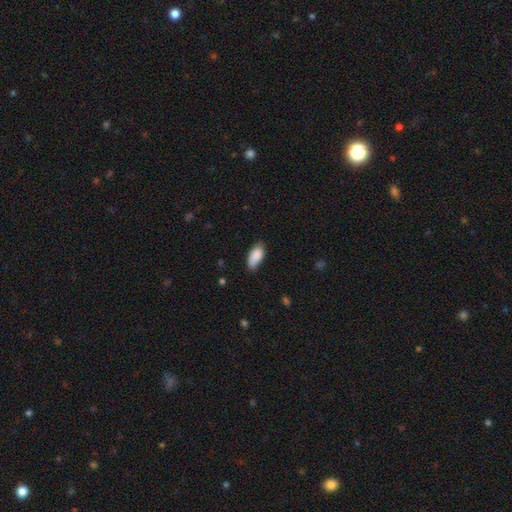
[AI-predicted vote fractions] smooth_or_featured: smooth (p=0.88) [alt: star or artifact p=0.07]
how_rounded: in between (p=0.89) [alt: cigar-shaped p=0.09]
merging: none (p=0.72) [alt: minor disturbance p=0.23]